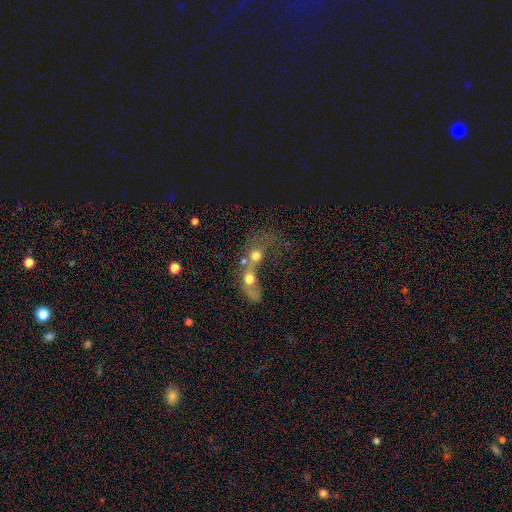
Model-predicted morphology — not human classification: This is possibly a smooth galaxy (54%). How rounded: possibly round (60%). Merging: likely merger (75%).